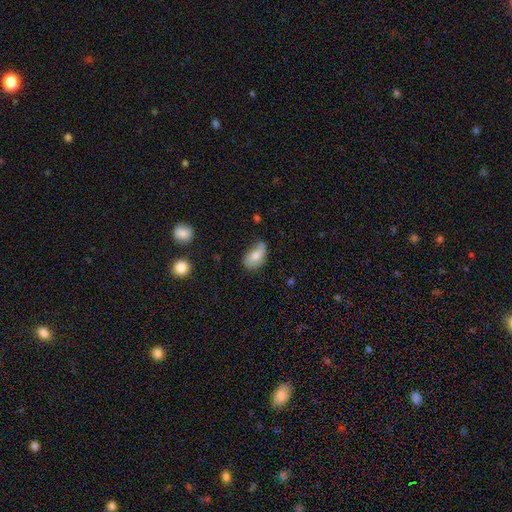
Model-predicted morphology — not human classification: Smooth or featured?
  - smooth: 61% *
  - featured or disk: 30%
  - star or artifact: 8%
How rounded?
  - in between: 90% *
  - round: 7%
  - cigar-shaped: 3%
Merging?
  - none: 45% *
  - minor disturbance: 38%
  - major disturbance: 14%
  - merger: 3%